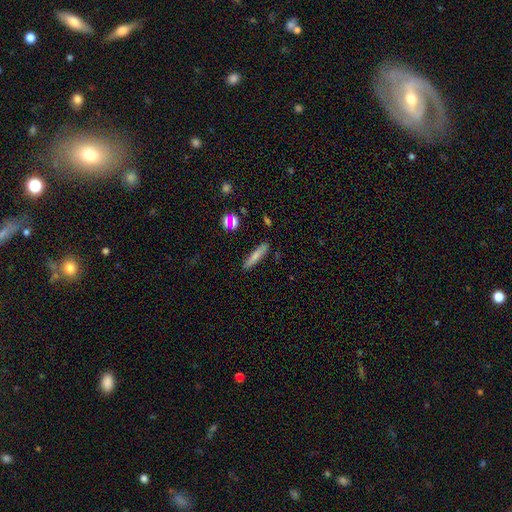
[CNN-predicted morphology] The model was most divided on "smooth or featured": smooth: 73%, featured or disk: 18%, star or artifact: 9%. More confident: how rounded — cigar-shaped (86%); merging — none (85%).